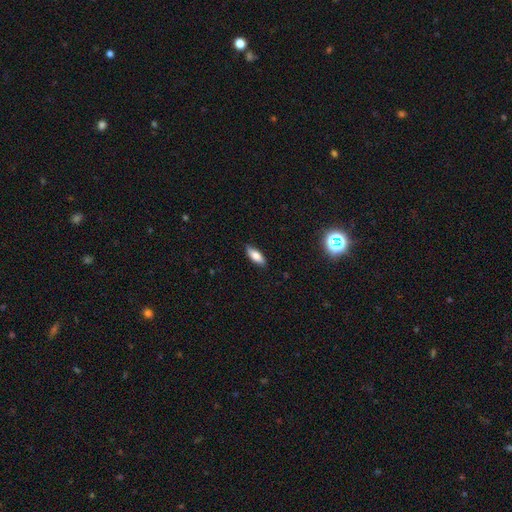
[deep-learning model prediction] Overall: smooth (74%). How rounded: in between (69%). Merging: none (84%).